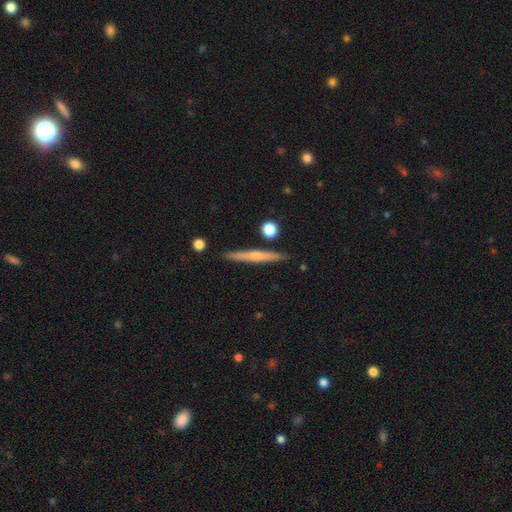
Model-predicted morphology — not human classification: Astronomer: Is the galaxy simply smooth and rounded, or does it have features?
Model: featured or disk — 67%.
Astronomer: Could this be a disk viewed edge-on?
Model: yes — 96%.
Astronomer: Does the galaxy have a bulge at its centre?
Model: rounded — 67%.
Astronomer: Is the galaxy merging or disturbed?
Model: none — 86%.